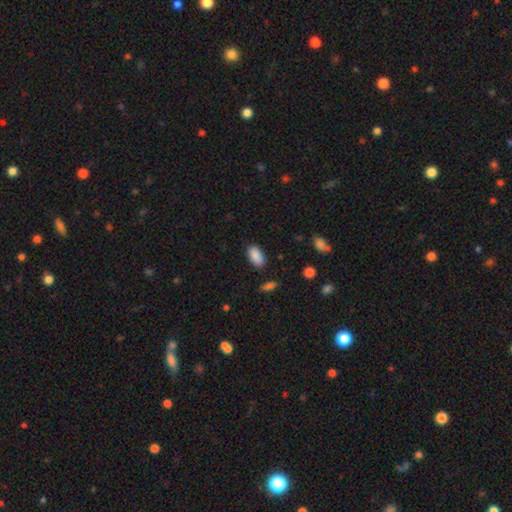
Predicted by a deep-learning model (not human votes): smooth_or_featured: smooth (p=0.89) [alt: star or artifact p=0.07]
how_rounded: in between (p=0.93) [alt: round p=0.04]
merging: none (p=0.84) [alt: minor disturbance p=0.11]